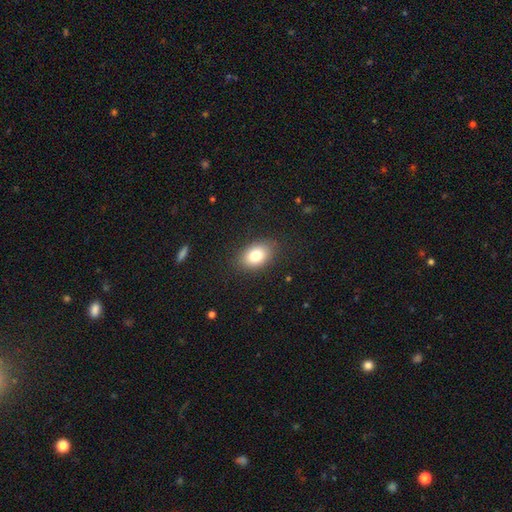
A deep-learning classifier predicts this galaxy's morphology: This is clearly a smooth galaxy (81%). How rounded: clearly in between (82%). Merging: clearly none (86%).